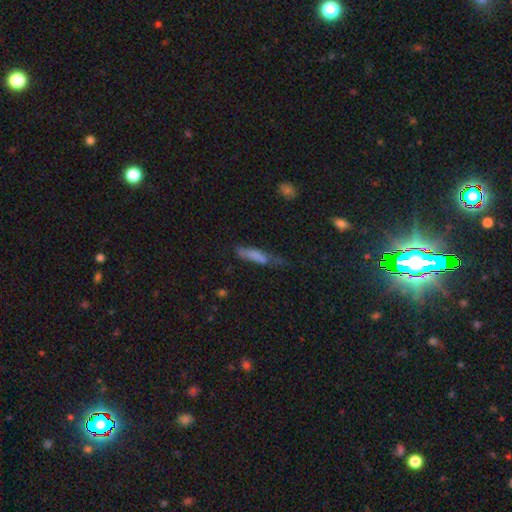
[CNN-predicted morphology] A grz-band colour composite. It shows a smooth galaxy with no disk features (69%) that is cigar-shaped (75%). Merging: none (43%).